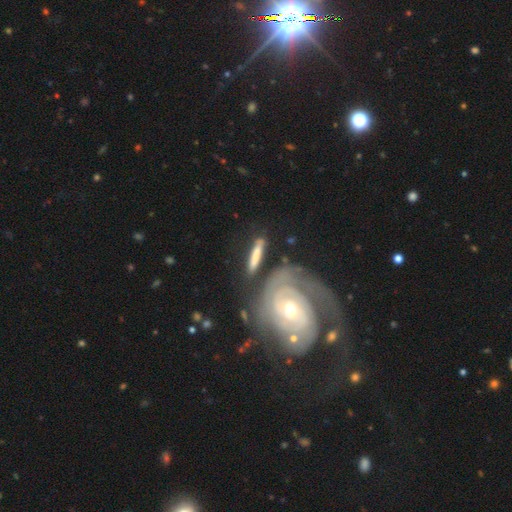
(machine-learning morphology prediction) This is possibly a smooth galaxy (59%). How rounded: clearly cigar-shaped (85%). Merging: likely none (67%).